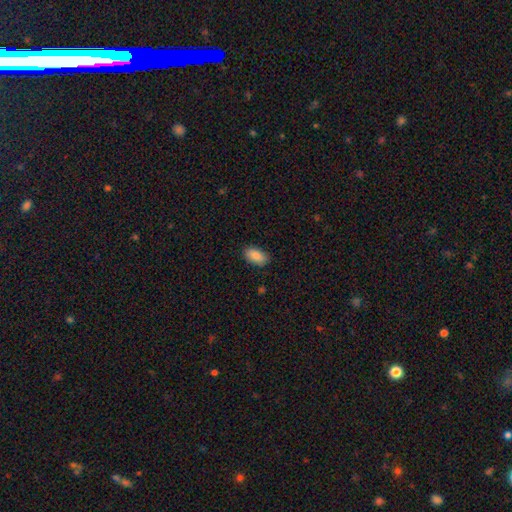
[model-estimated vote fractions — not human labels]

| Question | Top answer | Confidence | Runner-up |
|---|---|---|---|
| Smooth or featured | smooth | 86% | star or artifact (7%) |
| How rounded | in between | 94% | round (4%) |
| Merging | none | 86% | minor disturbance (10%) |